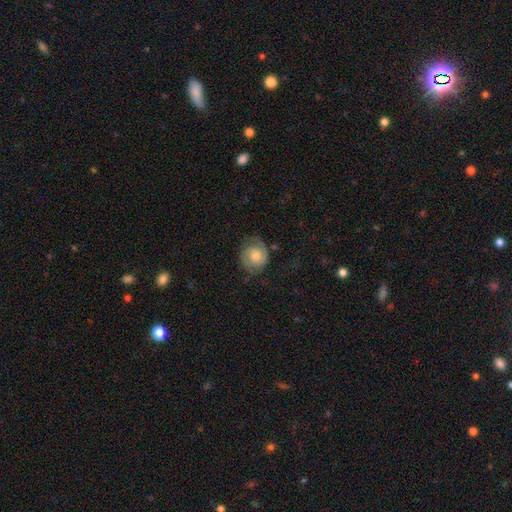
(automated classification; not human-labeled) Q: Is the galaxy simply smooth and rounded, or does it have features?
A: featured or disk — 54%.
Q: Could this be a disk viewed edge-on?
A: no — 98%.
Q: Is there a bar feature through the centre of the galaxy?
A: no — 74%.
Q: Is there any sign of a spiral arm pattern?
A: yes — 87%.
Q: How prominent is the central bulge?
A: moderate — 42%.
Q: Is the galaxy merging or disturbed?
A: none — 60%.